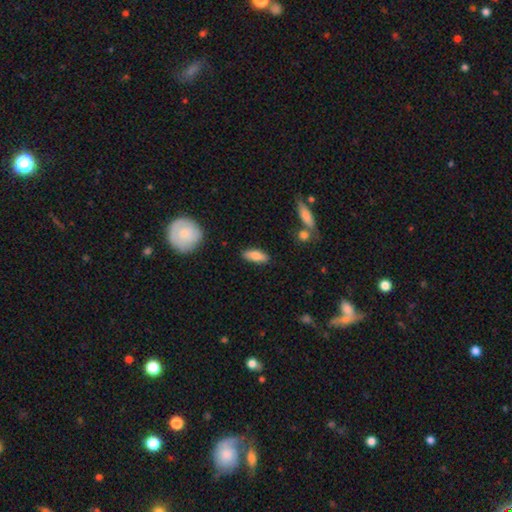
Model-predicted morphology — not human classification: This appears to be a smooth galaxy with no disk features (81%) that is in between round and cigar-shaped (69%). Merging: none (84%).